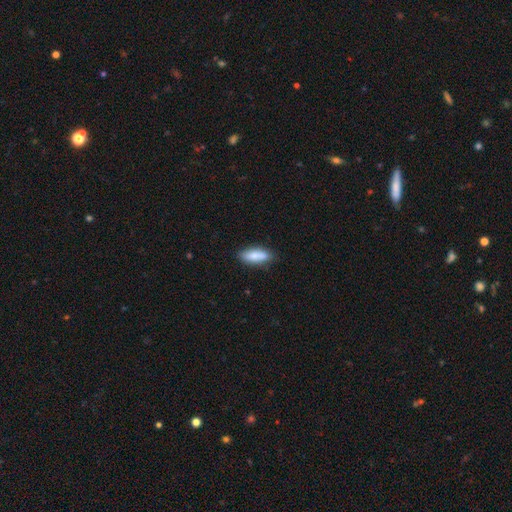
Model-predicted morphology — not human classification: Q: Smooth or featured?
A: smooth (82%); runner-up: featured or disk (12%)
Q: How rounded?
A: in between (67%); runner-up: cigar-shaped (31%)
Q: Merging?
A: none (81%); runner-up: minor disturbance (14%)